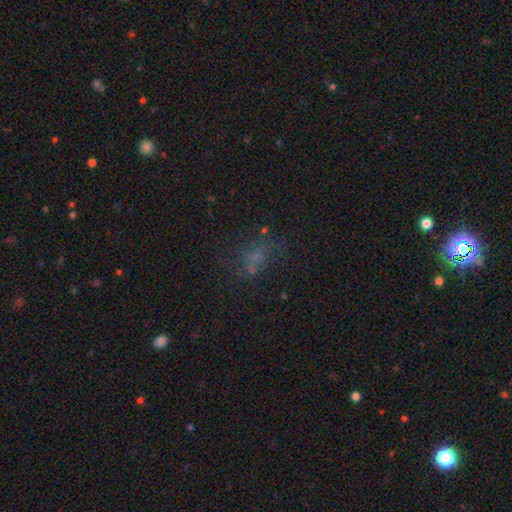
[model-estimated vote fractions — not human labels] smooth_or_featured: smooth (p=0.47) [alt: star or artifact p=0.30]
merging: none (p=0.49) [alt: major disturbance p=0.22]